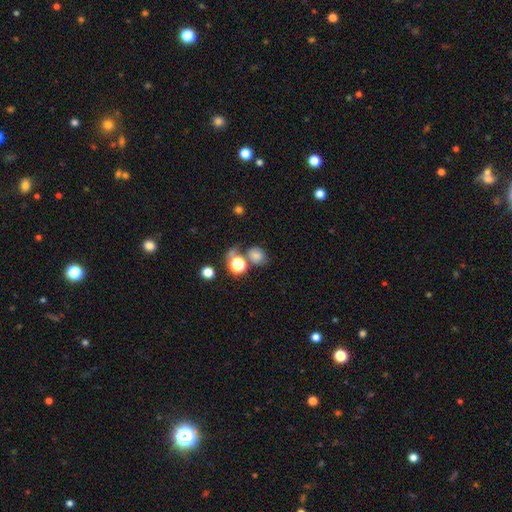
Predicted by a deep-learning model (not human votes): smooth-or-featured: smooth: 70% | star or artifact: 17% | featured or disk: 13%
  how-rounded: round: 64% | in between: 35% | cigar-shaped: 1%
  merging: none: 56% | merger: 19% | minor disturbance: 16% | major disturbance: 9%